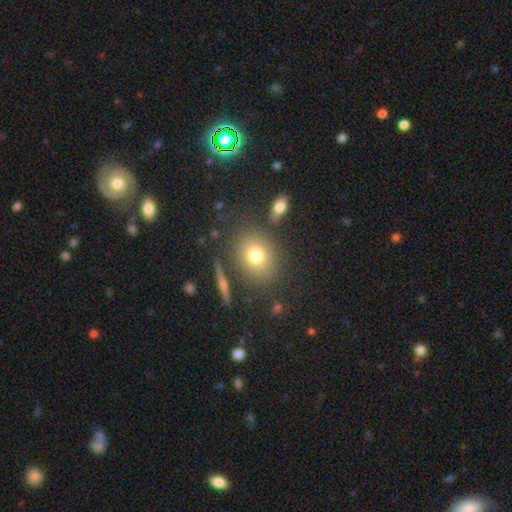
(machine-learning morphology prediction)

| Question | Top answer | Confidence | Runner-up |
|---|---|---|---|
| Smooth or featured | smooth | 73% | featured or disk (13%) |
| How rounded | round | 55% | in between (44%) |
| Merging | none | 81% | minor disturbance (10%) |